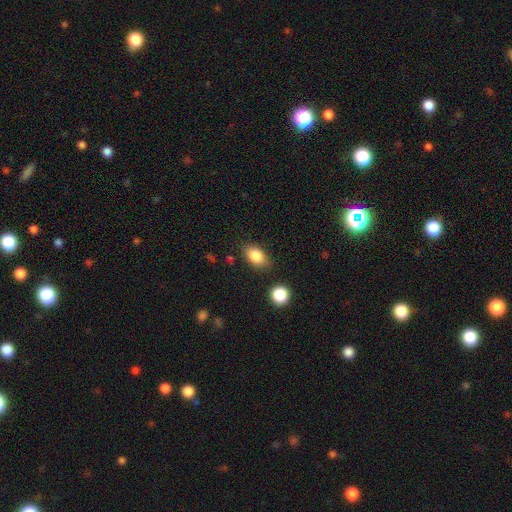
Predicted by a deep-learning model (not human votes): Smooth or featured: smooth — 84% (star or artifact — 8%)
How rounded: in between — 86% (round — 12%)
Merging: none — 80% (minor disturbance — 13%)